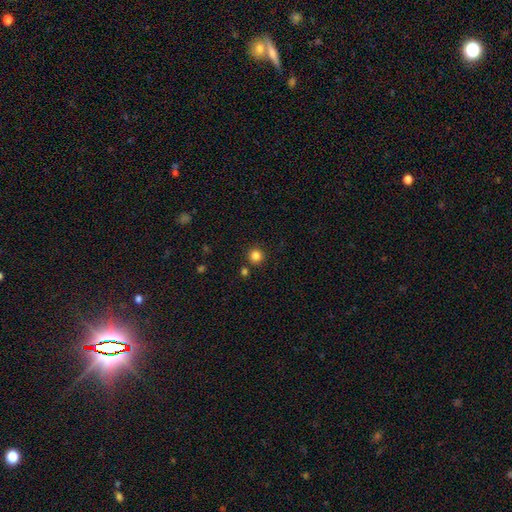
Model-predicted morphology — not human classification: Q: Smooth or featured?
A: smooth (84%); runner-up: star or artifact (12%)
Q: How rounded?
A: round (95%); runner-up: in between (4%)
Q: Merging?
A: none (87%); runner-up: minor disturbance (6%)